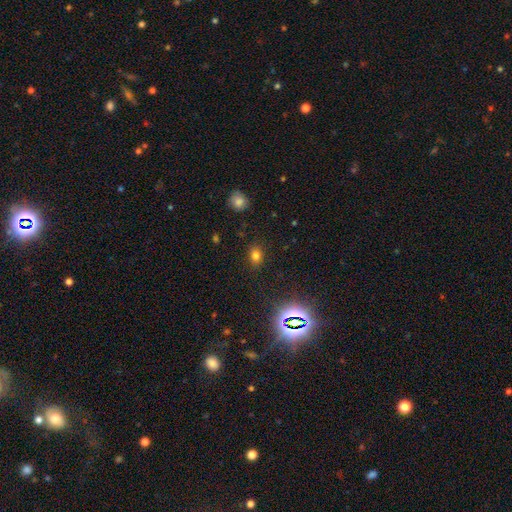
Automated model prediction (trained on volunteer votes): Smooth or featured: smooth — 72% (star or artifact — 20%)
How rounded: in between — 56% (round — 43%)
Merging: none — 85% (minor disturbance — 10%)